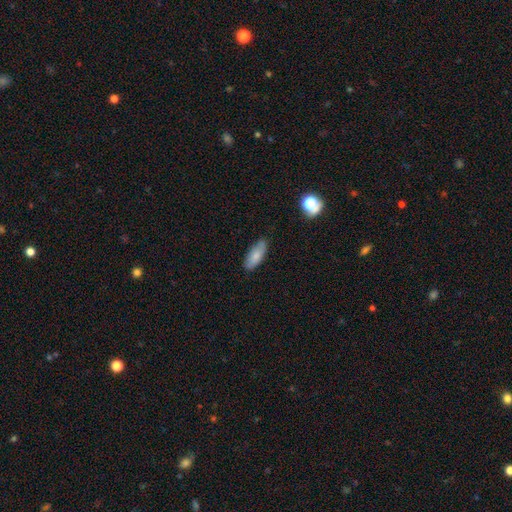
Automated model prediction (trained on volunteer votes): Smooth or featured? Predicted: smooth (p=0.81). How rounded? Predicted: in between (p=0.75). Merging? Predicted: none (p=0.82).